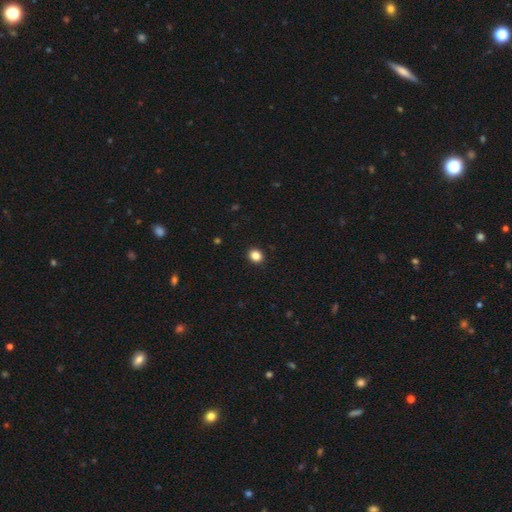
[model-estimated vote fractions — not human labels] This is clearly a smooth galaxy (85%). How rounded: likely round (68%). Merging: clearly none (92%).